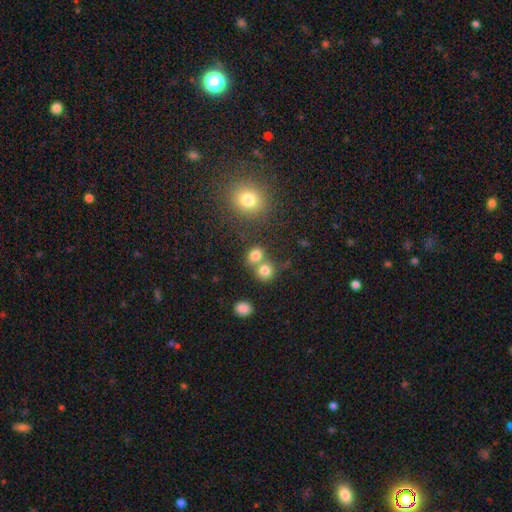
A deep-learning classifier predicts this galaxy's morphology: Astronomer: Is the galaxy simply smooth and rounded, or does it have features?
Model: smooth — 79%.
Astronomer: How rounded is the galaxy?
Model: round — 68%.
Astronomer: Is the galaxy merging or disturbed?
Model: none — 45% (runner-up: merger, 43%).